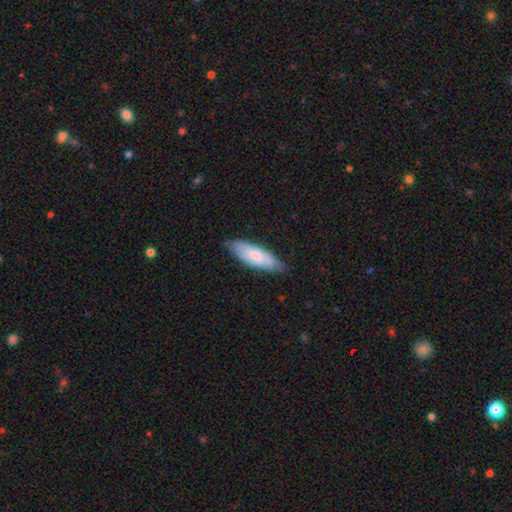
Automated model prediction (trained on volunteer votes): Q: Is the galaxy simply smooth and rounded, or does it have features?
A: smooth — 70%.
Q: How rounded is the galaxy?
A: in between — 59%.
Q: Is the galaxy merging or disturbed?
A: none — 75%.